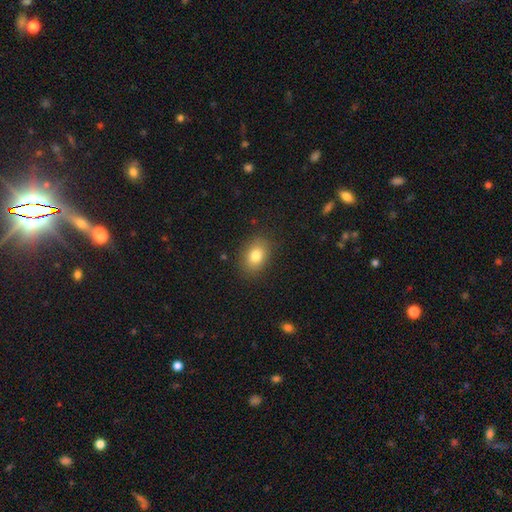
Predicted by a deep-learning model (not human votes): Q: Smooth or featured?
A: smooth (81%); runner-up: featured or disk (9%)
Q: How rounded?
A: in between (77%); runner-up: round (22%)
Q: Merging?
A: none (85%); runner-up: minor disturbance (11%)